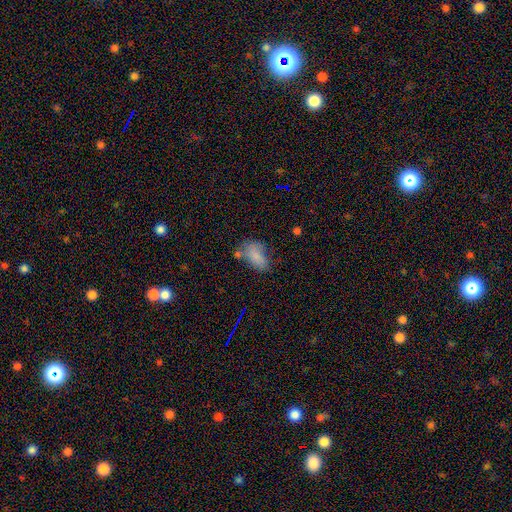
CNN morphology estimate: Smooth or featured: smooth — 76% (featured or disk — 13%)
How rounded: in between — 90% (round — 6%)
Merging: none — 42% (minor disturbance — 29%)